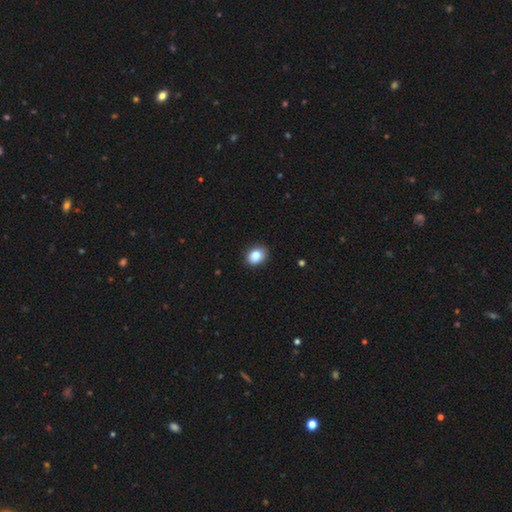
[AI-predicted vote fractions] A smooth galaxy with no disk features (86%) that is in between round and cigar-shaped (56%). Merging: none (85%).